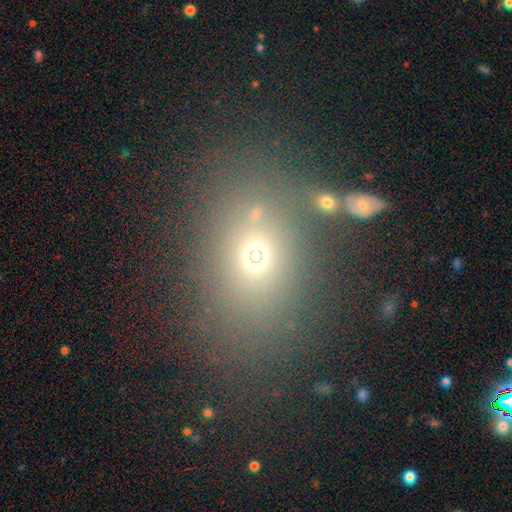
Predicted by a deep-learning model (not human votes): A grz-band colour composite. It shows a smooth galaxy with no disk features (63%) that is in between round and cigar-shaped (60%). Merging: none (72%).